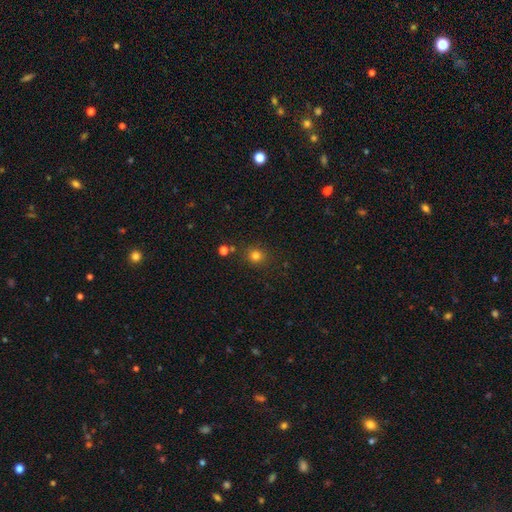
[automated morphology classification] Smooth or featured: smooth — 79% (star or artifact — 15%)
How rounded: round — 84% (in between — 15%)
Merging: none — 85% (minor disturbance — 8%)